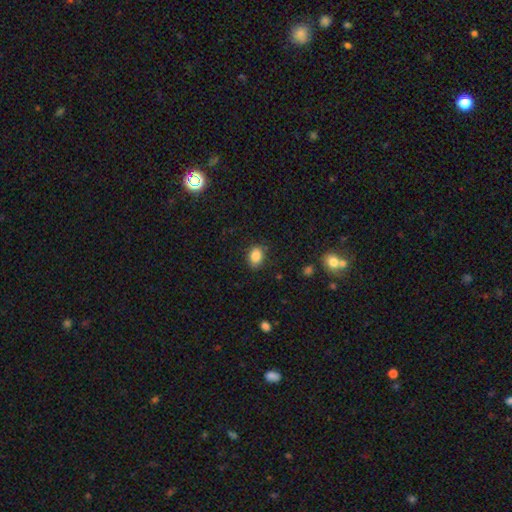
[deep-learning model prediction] Smooth or featured?
  - smooth: 86% *
  - star or artifact: 9%
  - featured or disk: 5%
How rounded?
  - in between: 73% *
  - round: 26%
  - cigar-shaped: 1%
Merging?
  - none: 82% *
  - minor disturbance: 14%
  - major disturbance: 3%
  - merger: 1%